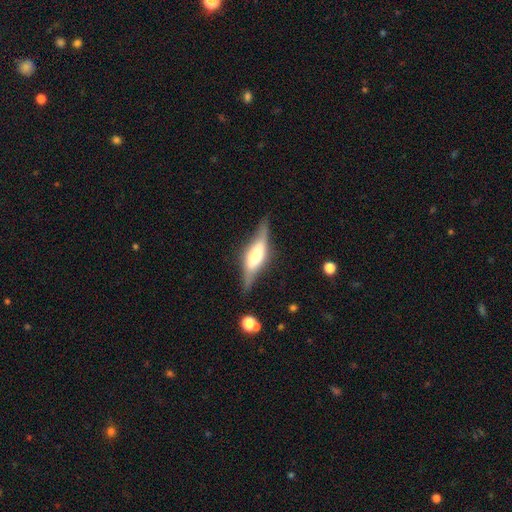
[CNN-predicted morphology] featured or disk 67%, smooth 27%, star or artifact 6%. Down the decision tree: edge-on disk — yes (91%); edge-on bulge — rounded (60%); merging — none (76%).